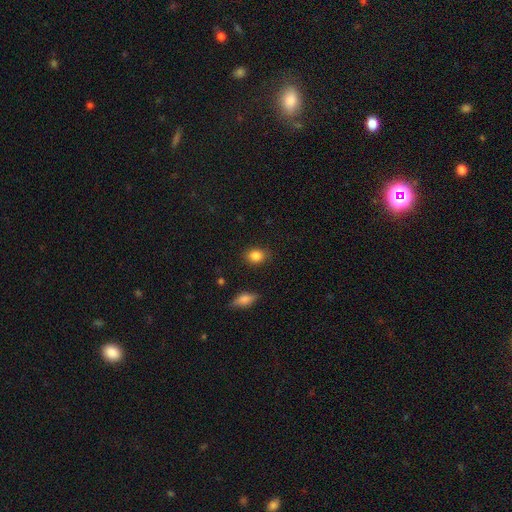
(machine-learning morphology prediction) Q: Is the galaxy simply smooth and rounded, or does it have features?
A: smooth — 85%.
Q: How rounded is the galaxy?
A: in between — 56%.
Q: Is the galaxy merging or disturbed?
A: none — 85%.